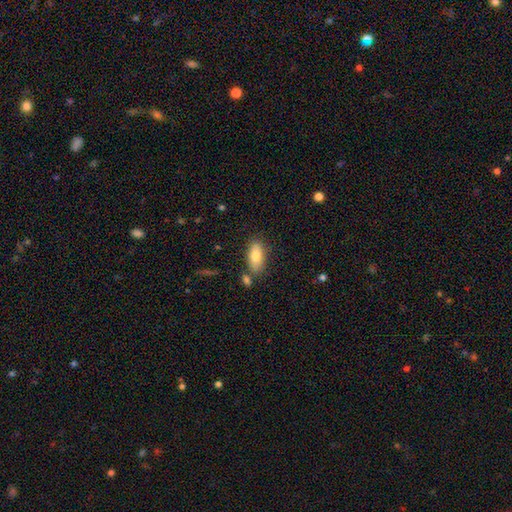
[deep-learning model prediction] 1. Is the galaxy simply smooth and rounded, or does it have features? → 78% smooth, 16% featured or disk, 7% star or artifact.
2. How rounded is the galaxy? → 86% in between, 10% cigar-shaped, 3% round.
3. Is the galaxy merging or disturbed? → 75% none, 14% minor disturbance, 8% merger, 3% major disturbance.